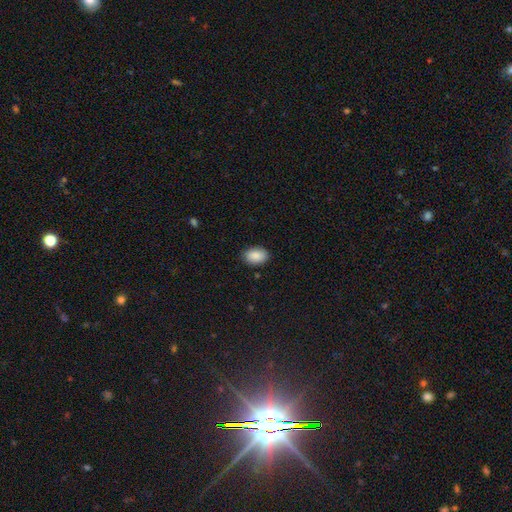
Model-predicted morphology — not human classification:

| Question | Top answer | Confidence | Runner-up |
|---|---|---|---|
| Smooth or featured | smooth | 89% | star or artifact (7%) |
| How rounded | in between | 87% | round (12%) |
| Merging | none | 87% | minor disturbance (10%) |